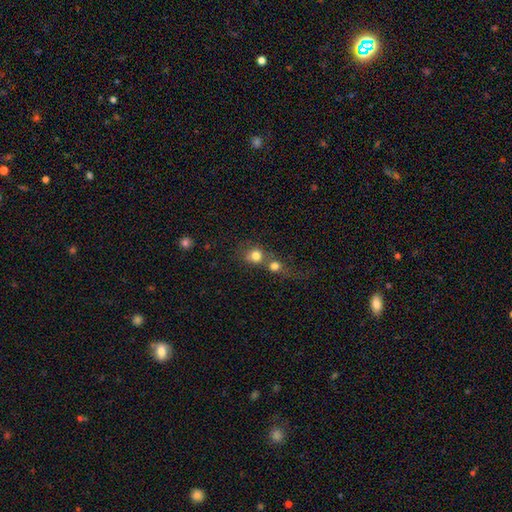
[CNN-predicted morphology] smooth_or_featured: smooth (p=0.77) [alt: star or artifact p=0.12]
how_rounded: round (p=0.81) [alt: in between p=0.17]
merging: merger (p=0.57) [alt: none p=0.31]